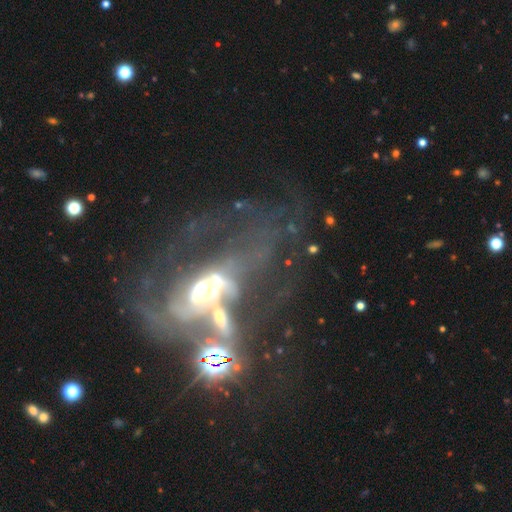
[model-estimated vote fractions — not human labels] The model was most divided on "merging": merger: 37%, major disturbance: 35%, none: 18%, minor disturbance: 10%. Remaining: edge-on disk — no (93%); smooth or featured — featured or disk (72%); spiral arms — yes (60%); bar — no (53%); bulge size — moderate (48%).